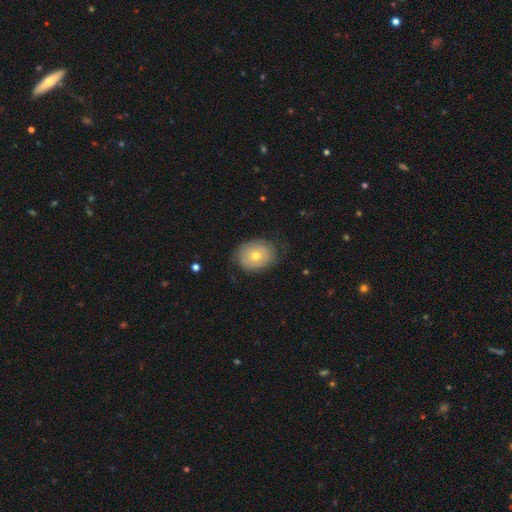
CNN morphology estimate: smooth 59%, featured or disk 33%, star or artifact 8%. Down the decision tree: how rounded — in between (54%); merging — none (72%).